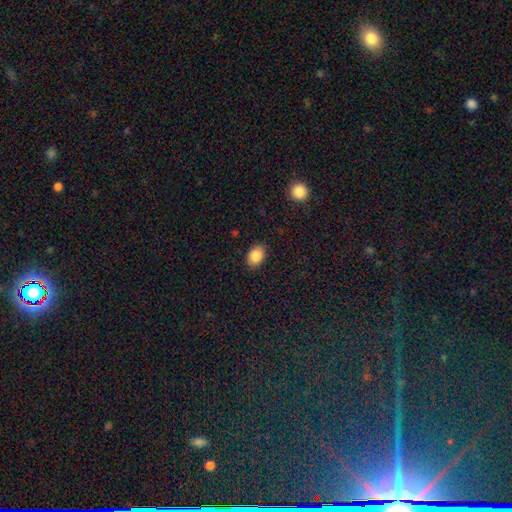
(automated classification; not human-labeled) smooth-or-featured: smooth: 87% | star or artifact: 8% | featured or disk: 5%
  how-rounded: in between: 73% | round: 26% | cigar-shaped: 1%
  merging: none: 87% | minor disturbance: 9% | major disturbance: 2% | merger: 1%